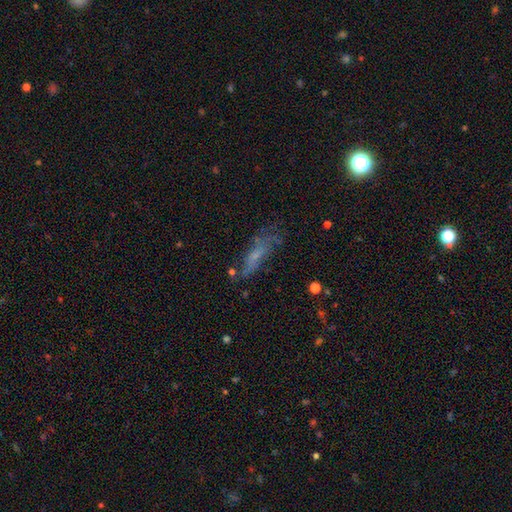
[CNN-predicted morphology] Q: Smooth or featured?
A: smooth (46%); runner-up: featured or disk (38%)
Q: Merging?
A: none (46%); runner-up: minor disturbance (25%)